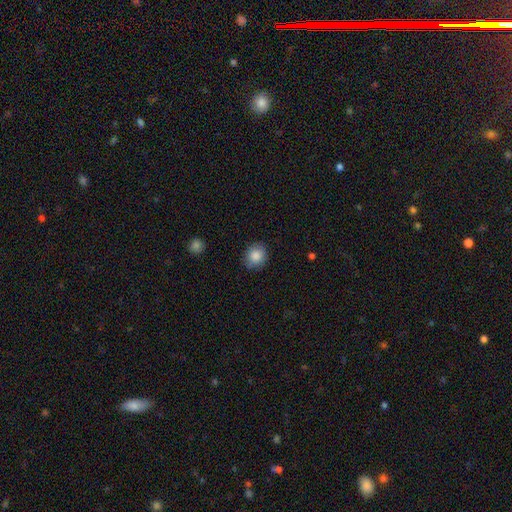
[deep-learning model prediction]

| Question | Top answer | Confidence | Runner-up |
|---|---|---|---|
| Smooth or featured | smooth | 86% | star or artifact (8%) |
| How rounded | round | 77% | in between (22%) |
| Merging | none | 84% | minor disturbance (12%) |